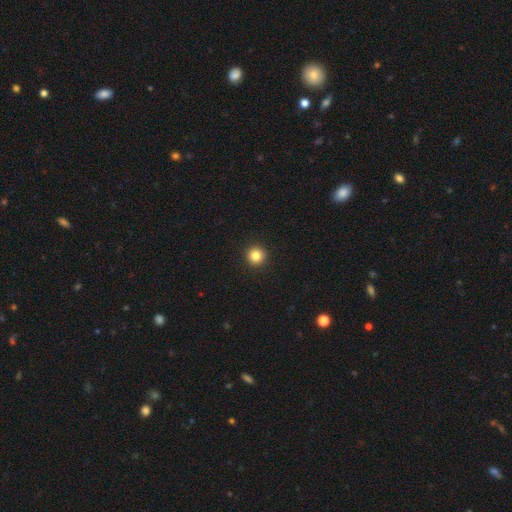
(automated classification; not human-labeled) A smooth galaxy with no disk features (84%) that is round (95%).

Vote fractions:
- Smooth or featured? smooth: 84% / star or artifact: 11% / featured or disk: 5%
- How rounded? round: 95% / in between: 4% / cigar-shaped: 1%
- Merging? none: 94% / minor disturbance: 4% / major disturbance: 2% / merger: 1%